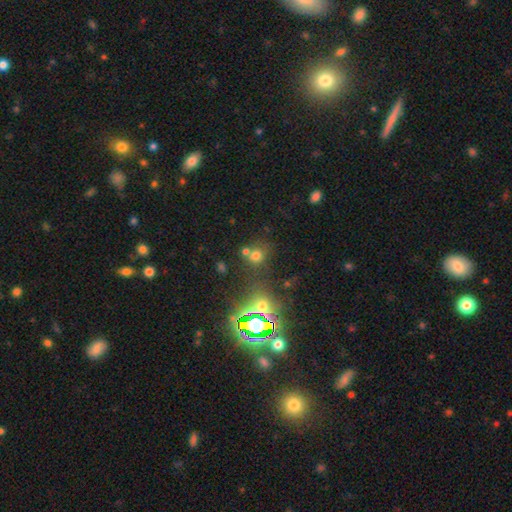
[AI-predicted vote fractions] The model was most divided on "smooth or featured": smooth: 56%, star or artifact: 34%, featured or disk: 10%. More confident: how rounded — round (80%); merging — none (57%).